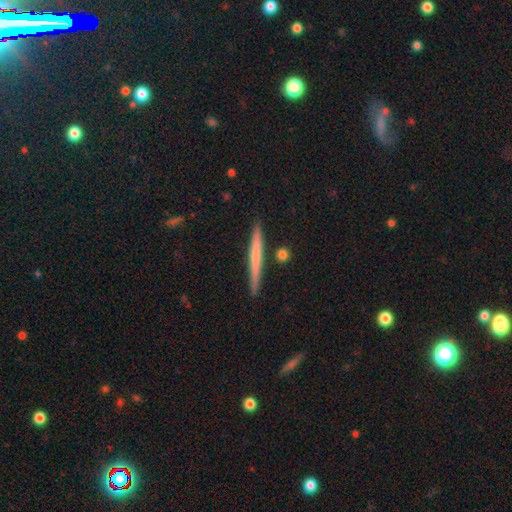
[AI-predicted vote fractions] Smooth or featured? smooth (52%)
How rounded? cigar-shaped (97%)
Merging? none (88%)